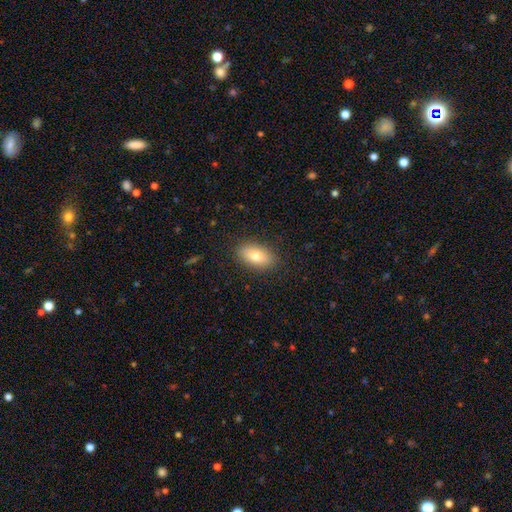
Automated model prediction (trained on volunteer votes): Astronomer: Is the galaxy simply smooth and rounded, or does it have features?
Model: smooth — 78%.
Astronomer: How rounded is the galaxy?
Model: in between — 90%.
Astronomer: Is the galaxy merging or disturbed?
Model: none — 88%.